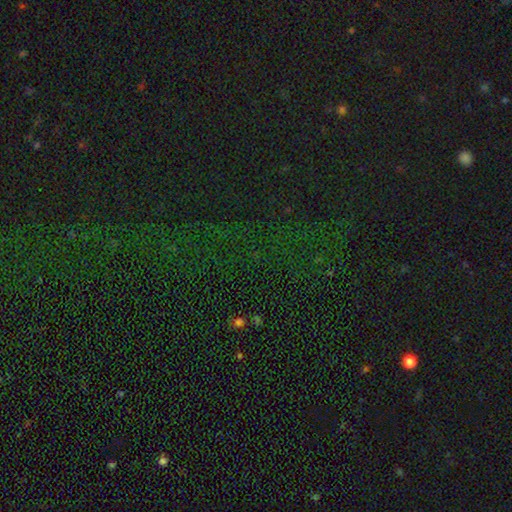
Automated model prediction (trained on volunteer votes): Smooth or featured? Predicted: star or artifact (p=0.78).